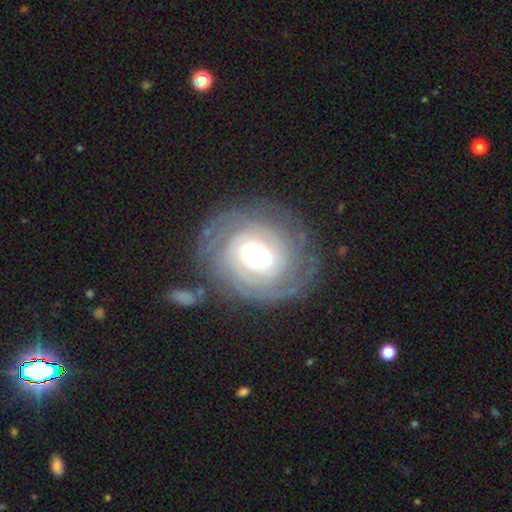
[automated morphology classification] Smooth or featured: featured or disk — 85% (smooth — 10%)
Edge-on disk: no — 97% (yes — 3%)
Bar: no — 60% (weak — 28%)
Spiral arms: yes — 94% (no — 6%)
Spiral winding: tight — 83% (medium — 13%)
Spiral arm count: can't tell — 35% (2 — 18%)
Bulge size: moderate — 68% (small — 18%)
Merging: none — 79% (minor disturbance — 13%)